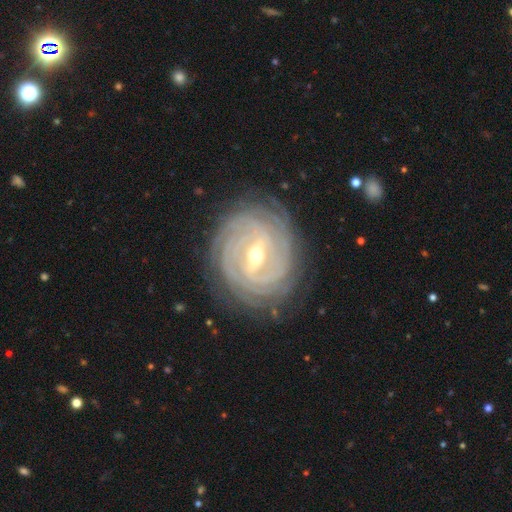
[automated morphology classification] A featured or disk galaxy (91%) with a strong bar (53%), 4 (26%) tight (86%) spiral arms (98%) and a moderate central bulge (56%).

Vote fractions:
- Smooth or featured? featured or disk: 91% / star or artifact: 5% / smooth: 5%
- Edge-on disk? no: 96% / yes: 4%
- Bar? strong: 53% / weak: 38% / no: 9%
- Spiral arms? yes: 98% / no: 2%
- Spiral winding? tight: 86% / medium: 12% / loose: 2%
- Spiral arm count? 4: 26% / can't tell: 24% / 3: 16% / more than 4: 15% / 2: 11% / 1: 7%
- Bulge size? moderate: 56% / small: 41% / large: 2% / none: 1% / dominant: 1%
- Merging? none: 84% / minor disturbance: 11% / major disturbance: 3% / merger: 1%